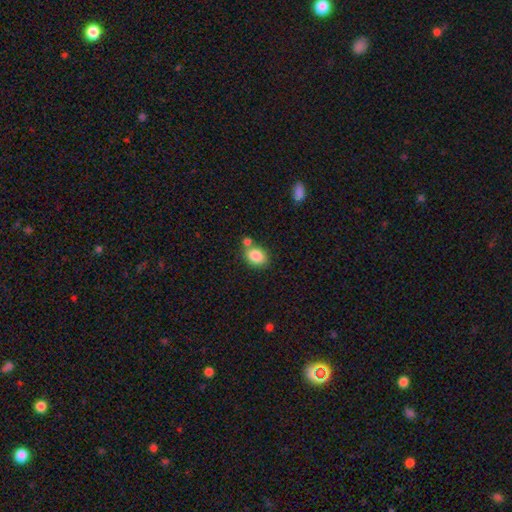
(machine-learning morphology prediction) Smooth or featured? Predicted: smooth (p=0.85). How rounded? Predicted: in between (p=0.66). Merging? Predicted: none (p=0.62).